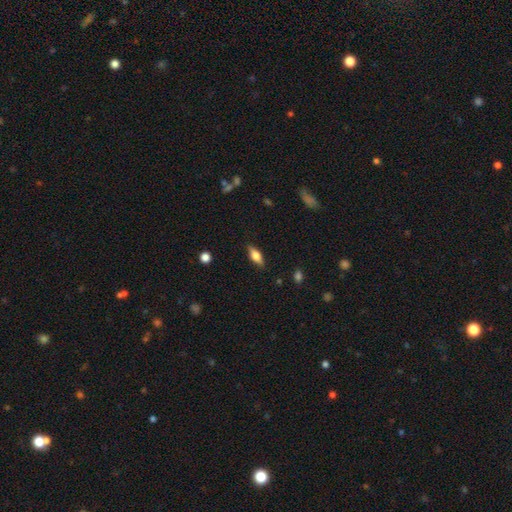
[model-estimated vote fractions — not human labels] smooth-or-featured: smooth: 64% | featured or disk: 28% | star or artifact: 7%
  how-rounded: in between: 74% | cigar-shaped: 22% | round: 3%
  merging: none: 85% | minor disturbance: 11% | major disturbance: 3% | merger: 1%